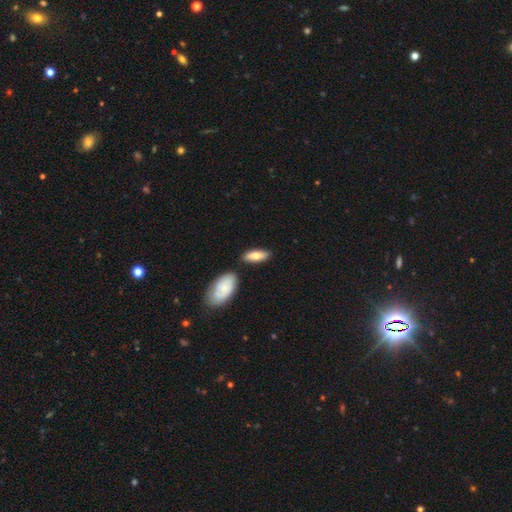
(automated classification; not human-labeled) smooth 74%, featured or disk 20%, star or artifact 6%. Down the decision tree: how rounded — in between (70%); merging — none (76%).